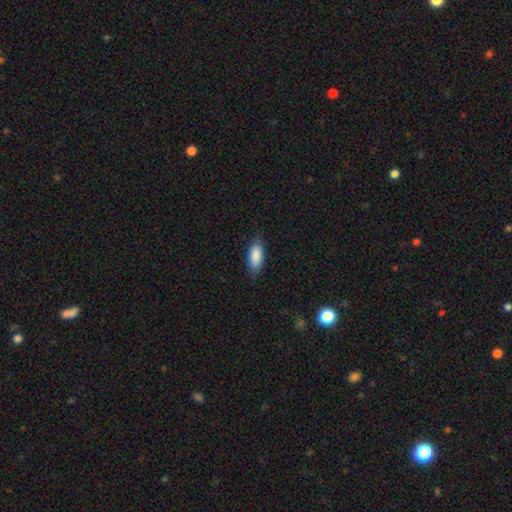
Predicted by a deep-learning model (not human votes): Smooth or featured? smooth (87%)
How rounded? in between (84%)
Merging? none (83%)